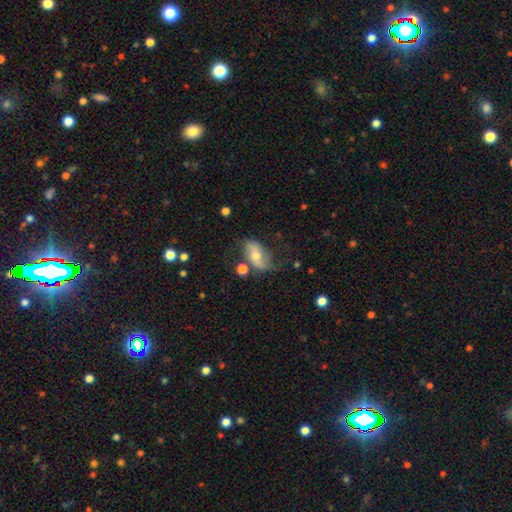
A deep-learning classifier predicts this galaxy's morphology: type=featured or disk (57%); edge-on=no (91%); bar=no (48%); spiral arms=yes (79%); bulge=moderate (58%); merging=none (58%).